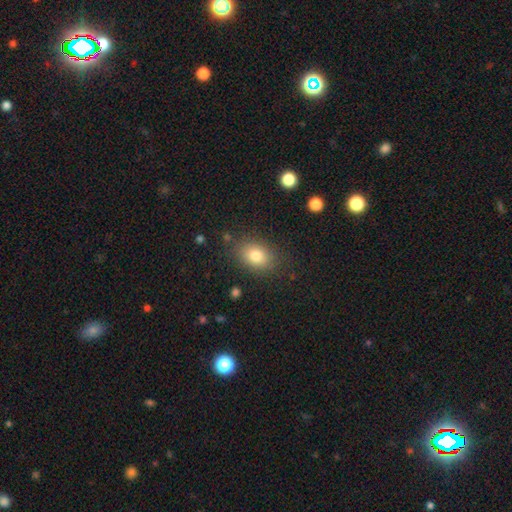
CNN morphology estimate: Smooth or featured? smooth (80%)
How rounded? in between (71%)
Merging? none (83%)